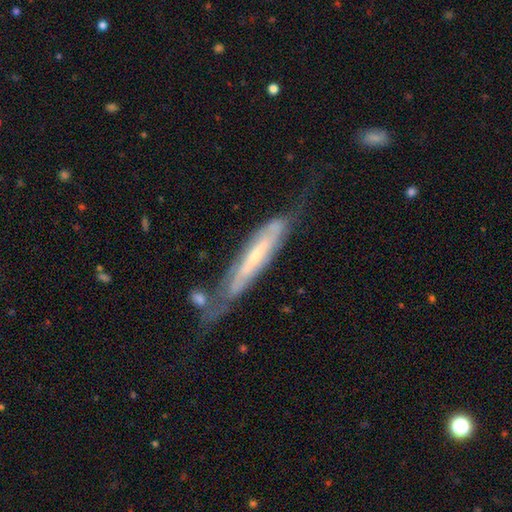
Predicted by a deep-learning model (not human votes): Overall: featured or disk (73%). Edge-on disk: no (51%; yes 49%). Merging: none (45%; minor disturbance 27%).